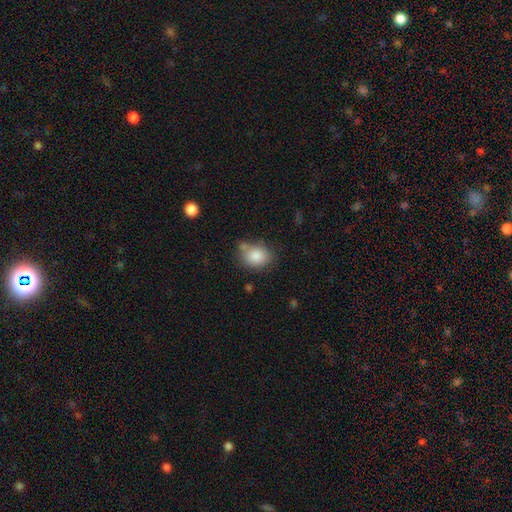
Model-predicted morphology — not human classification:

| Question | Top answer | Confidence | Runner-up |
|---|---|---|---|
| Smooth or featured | smooth | 84% | star or artifact (8%) |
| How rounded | in between | 57% | round (42%) |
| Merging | none | 64% | minor disturbance (19%) |